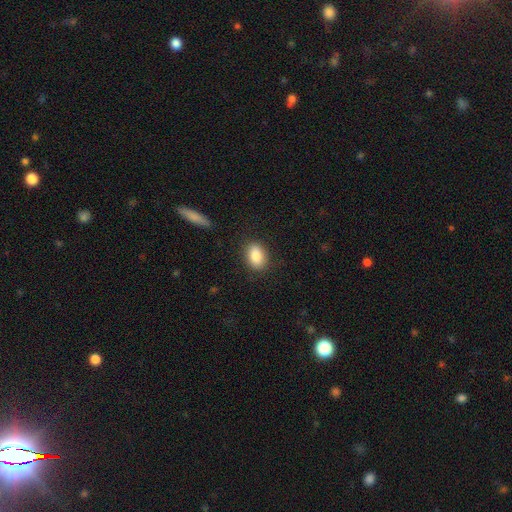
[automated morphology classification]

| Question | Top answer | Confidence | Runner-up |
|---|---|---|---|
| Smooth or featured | smooth | 86% | star or artifact (7%) |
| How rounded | in between | 83% | round (15%) |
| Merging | none | 85% | minor disturbance (10%) |